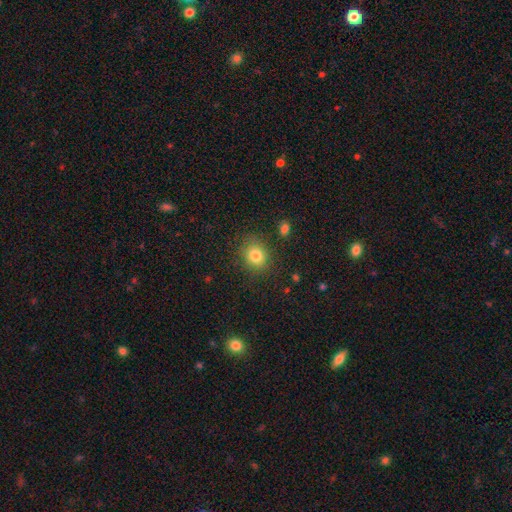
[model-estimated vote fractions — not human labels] smooth_or_featured: smooth (p=0.82) [alt: star or artifact p=0.11]
how_rounded: round (p=0.69) [alt: in between p=0.30]
merging: none (p=0.84) [alt: minor disturbance p=0.11]